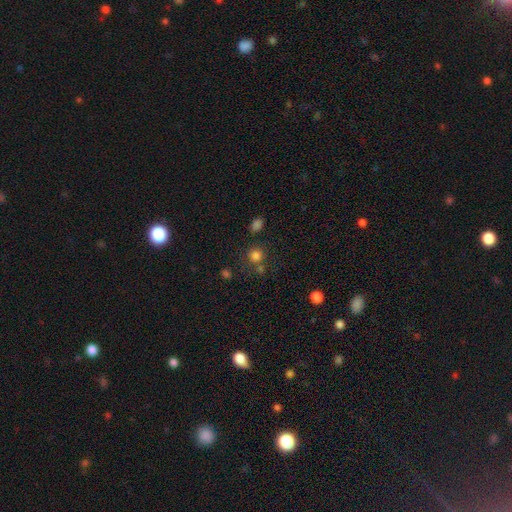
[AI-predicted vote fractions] This appears to be a smooth galaxy with no disk features (77%) that is round (89%). Merging: none (67%).